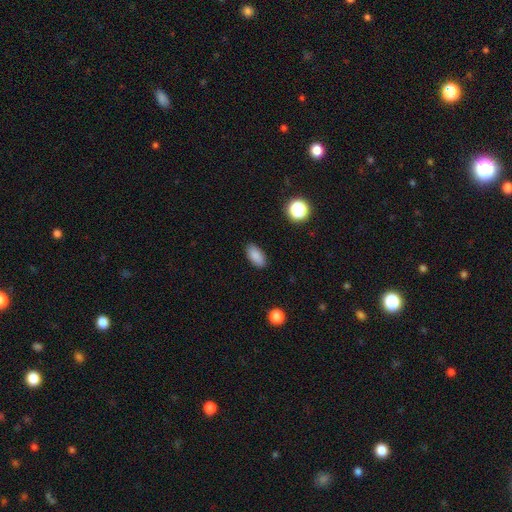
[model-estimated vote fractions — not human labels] The model was most divided on "smooth or featured": smooth: 86%, star or artifact: 9%, featured or disk: 5%. More confident: how rounded — in between (92%); merging — none (88%).